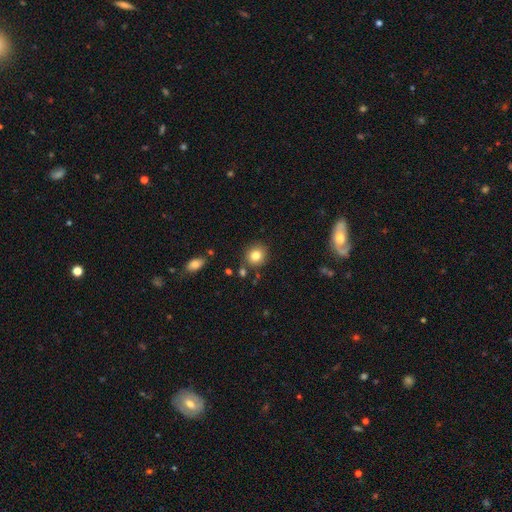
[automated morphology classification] This appears to be a smooth galaxy with no disk features (82%) that is round (86%). Merging: none (84%).